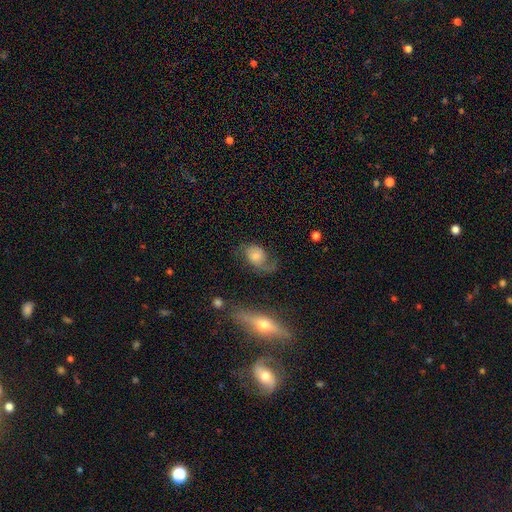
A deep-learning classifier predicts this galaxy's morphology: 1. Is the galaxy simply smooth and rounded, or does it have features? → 62% featured or disk, 29% smooth, 10% star or artifact.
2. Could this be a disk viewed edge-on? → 92% no, 8% yes.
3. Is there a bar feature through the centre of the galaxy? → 69% no, 26% weak, 5% strong.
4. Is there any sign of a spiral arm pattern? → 89% yes, 11% no.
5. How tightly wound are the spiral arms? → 41% medium, 39% loose, 21% tight.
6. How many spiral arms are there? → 66% 2, 23% 1, 7% can't tell, 1% 3, 1% 4, 1% more than 4.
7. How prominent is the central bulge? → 41% moderate, 30% small, 17% large, 9% none, 4% dominant.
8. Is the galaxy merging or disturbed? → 53% none, 24% minor disturbance, 19% major disturbance, 4% merger.